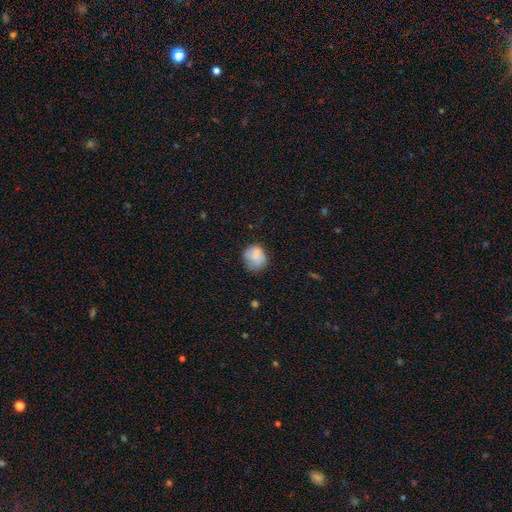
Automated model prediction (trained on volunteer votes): smooth_or_featured: smooth (p=0.78) [alt: featured or disk p=0.13]
how_rounded: round (p=0.71) [alt: in between p=0.28]
merging: none (p=0.56) [alt: minor disturbance p=0.29]